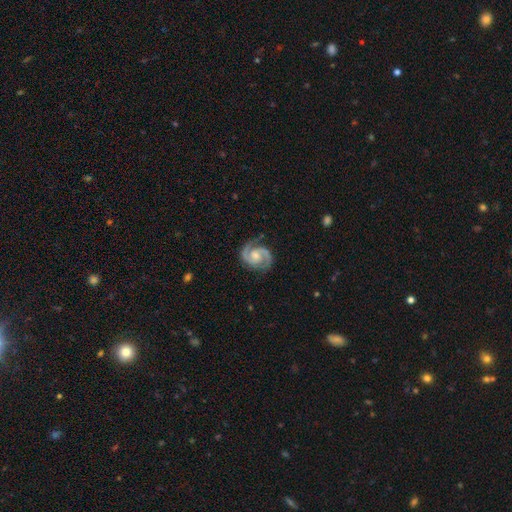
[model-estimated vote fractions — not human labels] smooth-or-featured: featured or disk: 92% | star or artifact: 4% | smooth: 4%
  disk-edge-on: no: 98% | yes: 2%
    bar: no: 56% | weak: 36% | strong: 8%
    has-spiral-arms: yes: 99% | no: 1%
      spiral-winding: medium: 51% | tight: 42% | loose: 7%
      spiral-arm-count: 2: 94% | can't tell: 2% | 3: 1% | 1: 1% | 4: 1% | more than 4: 1%
    bulge-size: moderate: 47% | small: 36% | none: 11% | large: 4% | dominant: 1%
  merging: none: 83% | minor disturbance: 13% | major disturbance: 3% | merger: 1%